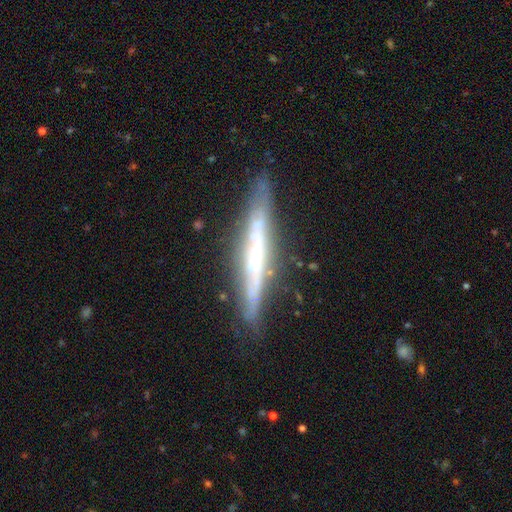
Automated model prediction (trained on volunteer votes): Smooth or featured? Predicted: featured or disk (p=0.72). Edge-on disk? Predicted: yes (p=0.93). Edge-on bulge? Predicted: none (p=0.58). Merging? Predicted: none (p=0.81).